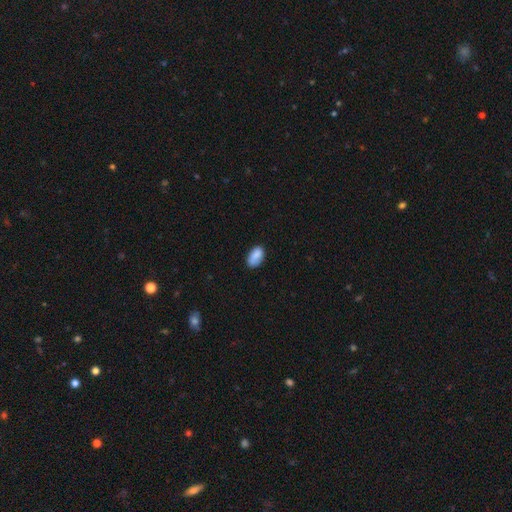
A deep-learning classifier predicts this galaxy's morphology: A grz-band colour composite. It shows a smooth galaxy with no disk features (83%) that is in between round and cigar-shaped (91%). Merging: none (71%).